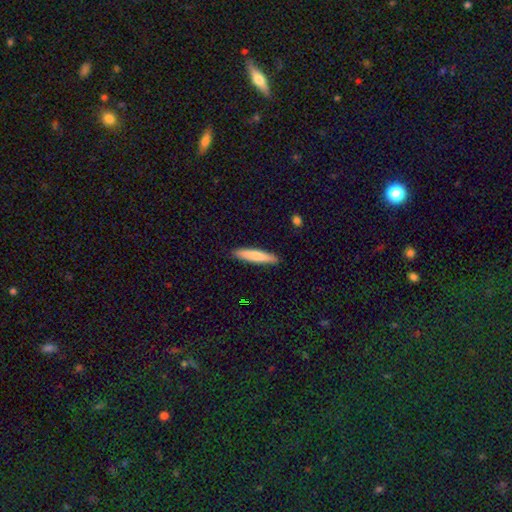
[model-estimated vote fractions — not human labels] A smooth galaxy with no disk features (75%) that is cigar-shaped (90%).

Vote fractions:
- Smooth or featured? smooth: 75% / featured or disk: 19% / star or artifact: 5%
- How rounded? cigar-shaped: 90% / in between: 8% / round: 1%
- Merging? none: 89% / minor disturbance: 8% / major disturbance: 2% / merger: 1%